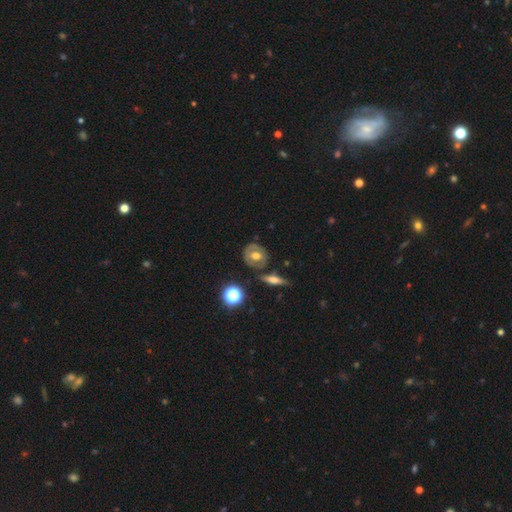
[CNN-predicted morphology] Smooth or featured? featured or disk (48%)
Merging? none (74%)